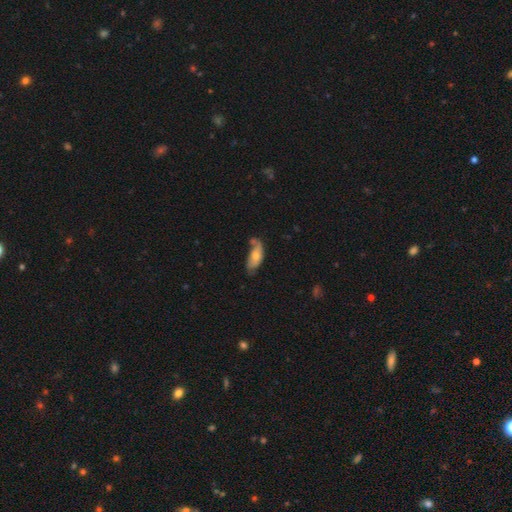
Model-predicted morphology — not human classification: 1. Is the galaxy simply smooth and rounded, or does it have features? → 60% smooth, 33% featured or disk, 6% star or artifact.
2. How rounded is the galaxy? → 84% in between, 14% cigar-shaped, 3% round.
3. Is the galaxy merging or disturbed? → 43% none, 30% minor disturbance, 15% merger, 13% major disturbance.